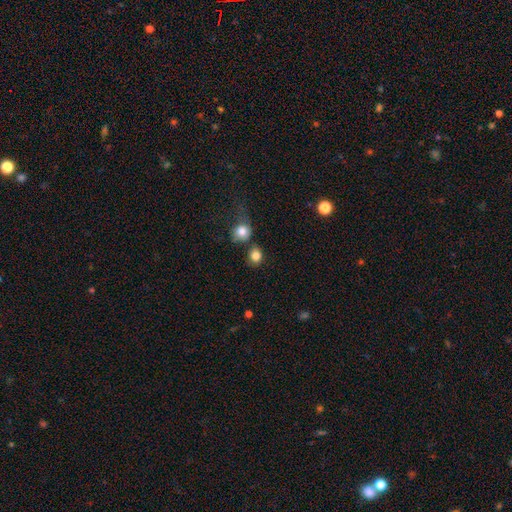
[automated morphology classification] A smooth galaxy with no disk features (83%) that is round (75%).

Vote fractions:
- Smooth or featured? smooth: 83% / star or artifact: 10% / featured or disk: 6%
- How rounded? round: 75% / in between: 24% / cigar-shaped: 1%
- Merging? none: 67% / merger: 17% / minor disturbance: 12% / major disturbance: 5%